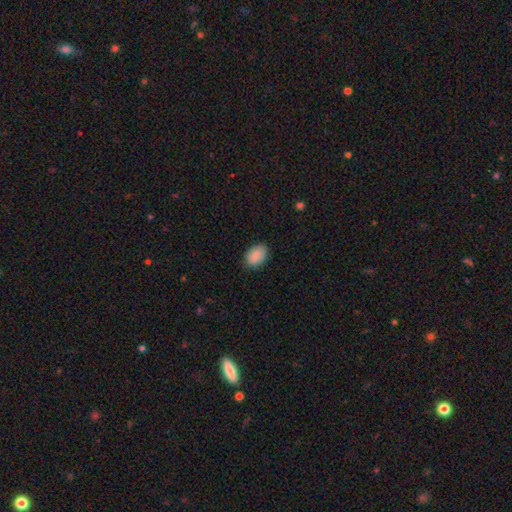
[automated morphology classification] A smooth galaxy with no disk features (89%) that is in between round and cigar-shaped (84%).

Vote fractions:
- Smooth or featured? smooth: 89% / star or artifact: 7% / featured or disk: 4%
- How rounded? in between: 84% / round: 15% / cigar-shaped: 1%
- Merging? none: 84% / minor disturbance: 12% / major disturbance: 3% / merger: 1%